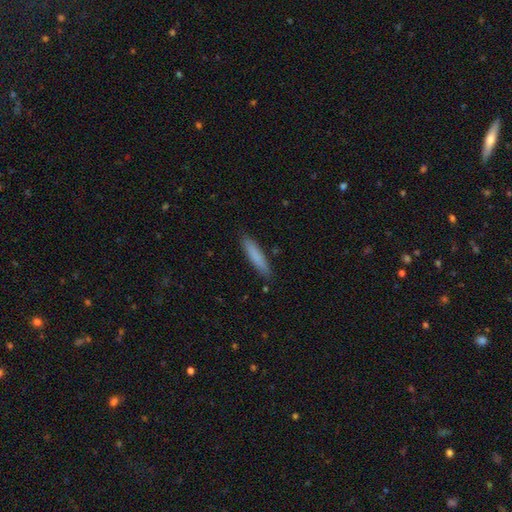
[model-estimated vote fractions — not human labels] Smooth or featured? Predicted: smooth (p=0.82). How rounded? Predicted: cigar-shaped (p=0.88). Merging? Predicted: none (p=0.88).